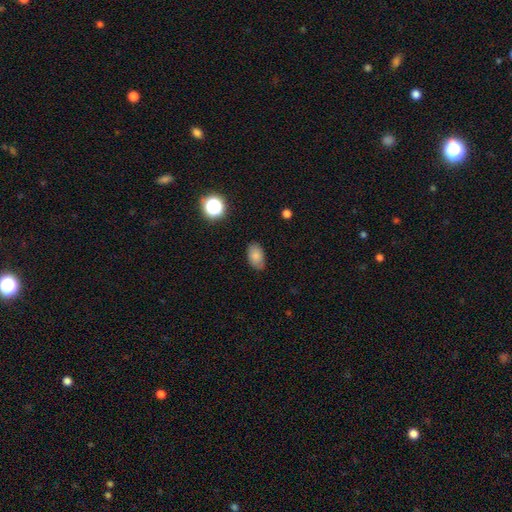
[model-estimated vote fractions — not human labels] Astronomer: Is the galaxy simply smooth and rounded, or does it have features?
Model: smooth — 83%.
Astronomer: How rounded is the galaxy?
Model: in between — 90%.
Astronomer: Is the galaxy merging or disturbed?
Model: none — 79%.